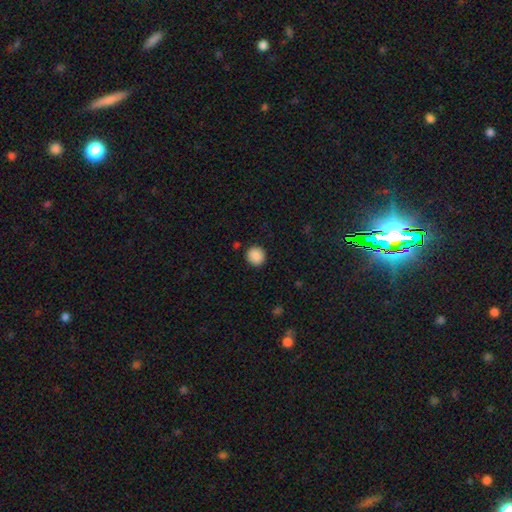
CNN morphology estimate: A smooth galaxy with no disk features (89%) that is round (89%).

Vote fractions:
- Smooth or featured? smooth: 89% / star or artifact: 8% / featured or disk: 2%
- How rounded? round: 89% / in between: 10% / cigar-shaped: 1%
- Merging? none: 90% / minor disturbance: 7% / major disturbance: 2% / merger: 1%